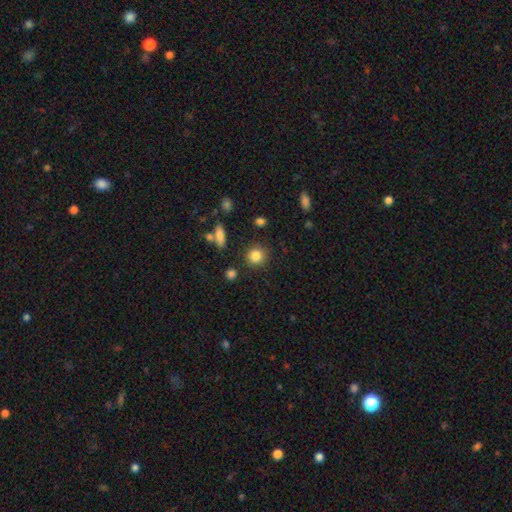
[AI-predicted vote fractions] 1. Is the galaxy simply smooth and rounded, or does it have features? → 84% smooth, 10% star or artifact, 6% featured or disk.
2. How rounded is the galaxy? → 89% round, 10% in between, 1% cigar-shaped.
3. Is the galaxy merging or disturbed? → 86% none, 8% minor disturbance, 3% merger, 3% major disturbance.